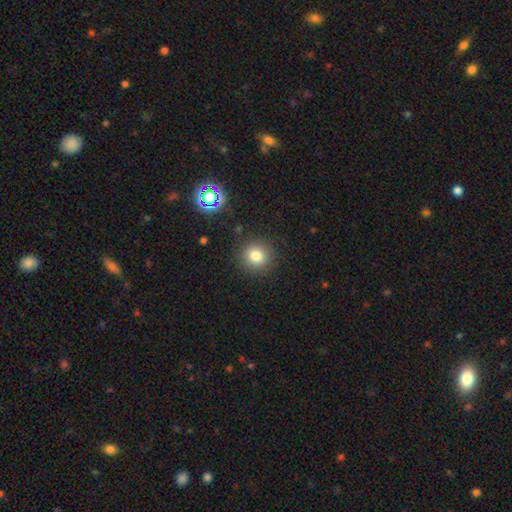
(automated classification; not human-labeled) Smooth or featured?
  - smooth: 79% *
  - star or artifact: 13%
  - featured or disk: 7%
How rounded?
  - round: 91% *
  - in between: 8%
  - cigar-shaped: 1%
Merging?
  - none: 88% *
  - minor disturbance: 7%
  - major disturbance: 3%
  - merger: 2%